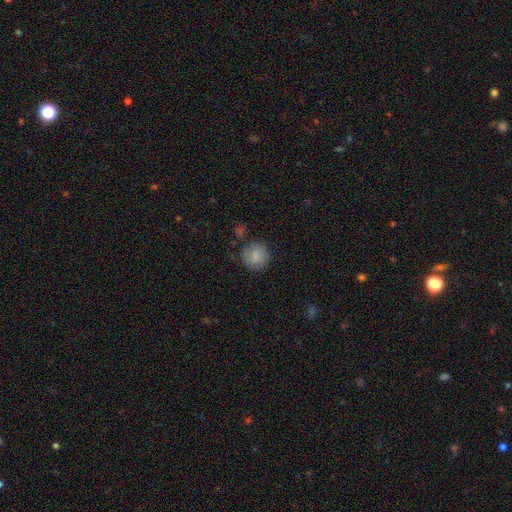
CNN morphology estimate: Smooth or featured: smooth — 75% (featured or disk — 17%)
How rounded: round — 90% (in between — 9%)
Merging: none — 76% (minor disturbance — 15%)